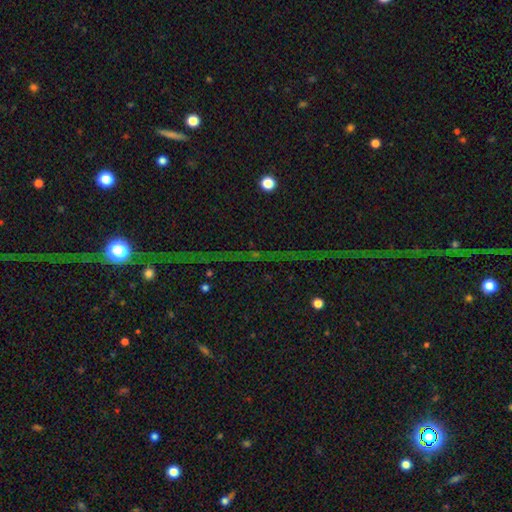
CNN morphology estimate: The model was most divided on "smooth or featured": star or artifact: 80%, smooth: 10%, featured or disk: 10%.